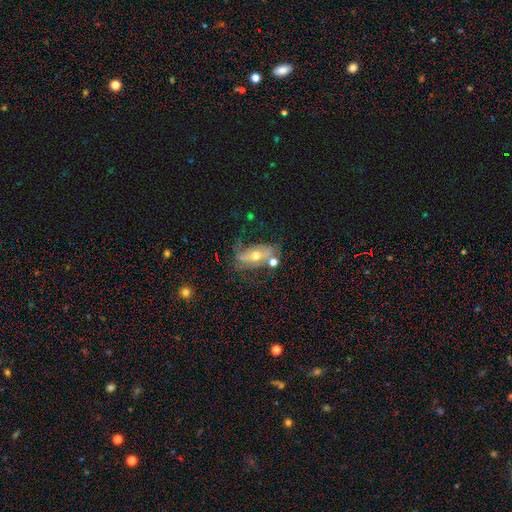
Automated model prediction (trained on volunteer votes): smooth-or-featured: featured or disk: 64% | smooth: 27% | star or artifact: 9%
  disk-edge-on: no: 84% | yes: 16%
    bar: no: 47% | strong: 27% | weak: 26%
    has-spiral-arms: yes: 64% | no: 36%
    bulge-size: moderate: 67% | small: 27% | large: 4% | none: 1% | dominant: 1%
  merging: none: 46% | minor disturbance: 23% | major disturbance: 18% | merger: 13%